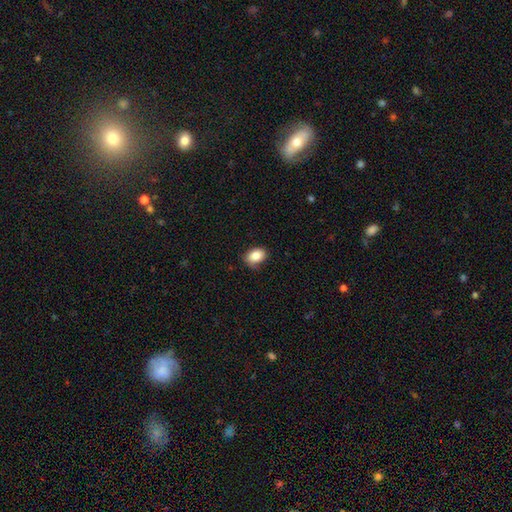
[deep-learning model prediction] This appears to be a smooth galaxy with no disk features (86%) that is in between round and cigar-shaped (74%). Merging: none (79%).